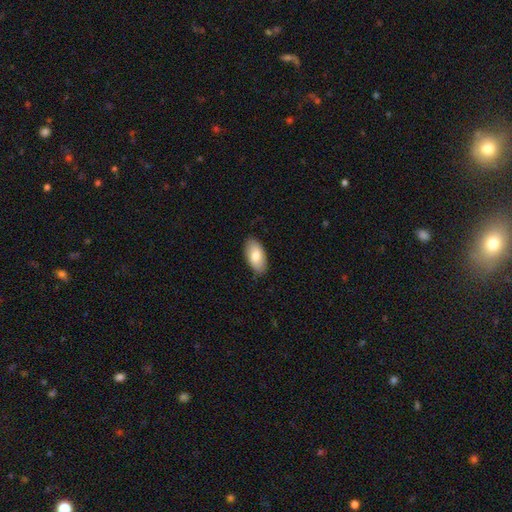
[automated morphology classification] This appears to be a smooth galaxy with no disk features (80%) that is in between round and cigar-shaped (95%). Merging: none (85%).